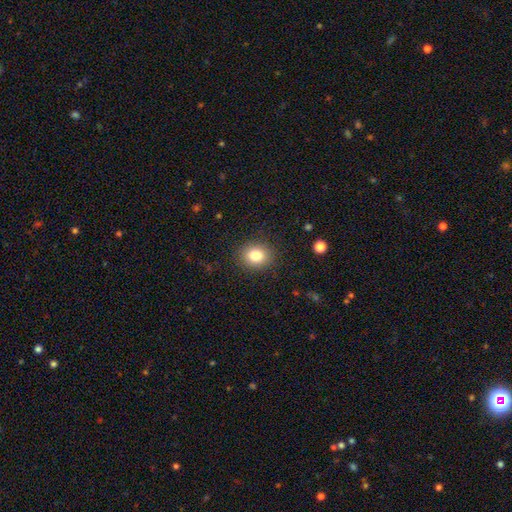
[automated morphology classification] type=smooth (82%); roundness=round (64%); merging=none (88%).